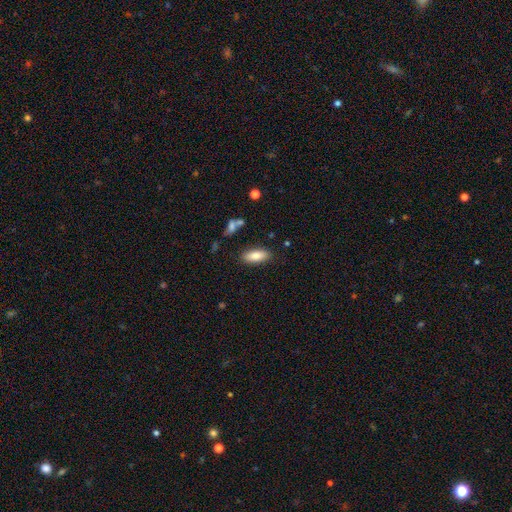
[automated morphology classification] Smooth or featured?
  - smooth: 81% *
  - featured or disk: 12%
  - star or artifact: 7%
How rounded?
  - in between: 78% *
  - cigar-shaped: 20%
  - round: 2%
Merging?
  - none: 84% *
  - minor disturbance: 11%
  - merger: 3%
  - major disturbance: 3%